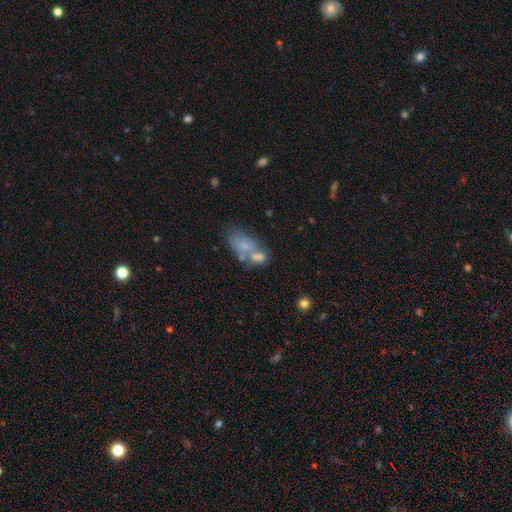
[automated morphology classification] This is possibly a smooth galaxy (56%). How rounded: likely in between (80%). Merging: marginally merger (40%).